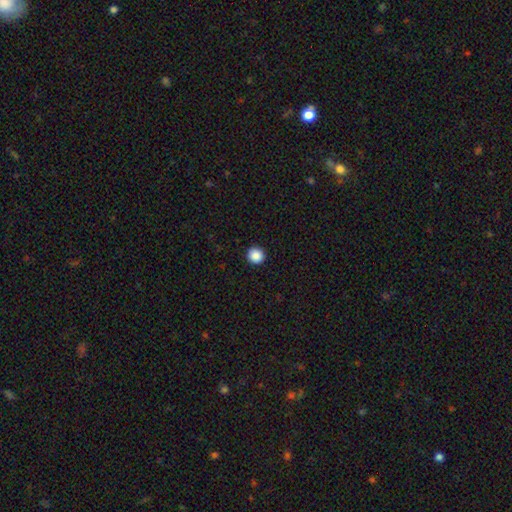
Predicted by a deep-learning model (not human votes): smooth_or_featured: smooth (p=0.89) [alt: star or artifact p=0.09]
how_rounded: round (p=0.94) [alt: in between p=0.05]
merging: none (p=0.93) [alt: minor disturbance p=0.04]